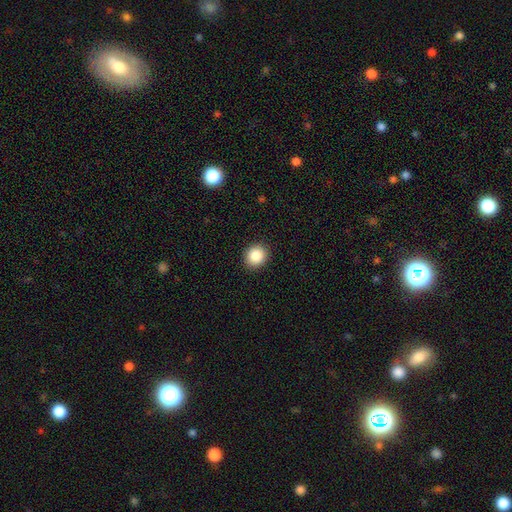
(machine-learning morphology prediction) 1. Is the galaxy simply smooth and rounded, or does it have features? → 87% smooth, 9% star or artifact, 5% featured or disk.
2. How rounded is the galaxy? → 78% round, 21% in between, 1% cigar-shaped.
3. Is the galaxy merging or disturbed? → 91% none, 6% minor disturbance, 2% major disturbance, 1% merger.